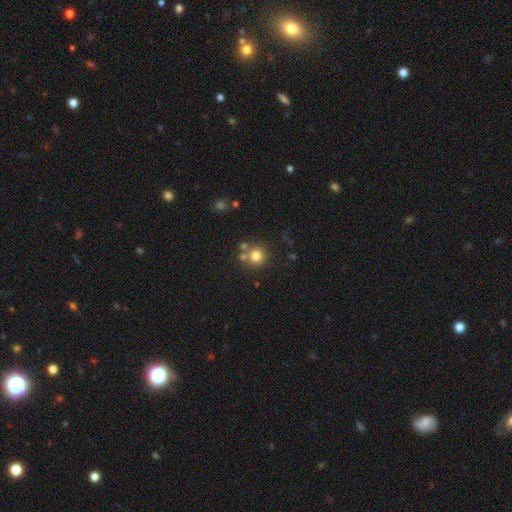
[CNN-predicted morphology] Smooth or featured: smooth — 76% (star or artifact — 14%)
How rounded: round — 92% (in between — 7%)
Merging: none — 68% (merger — 20%)